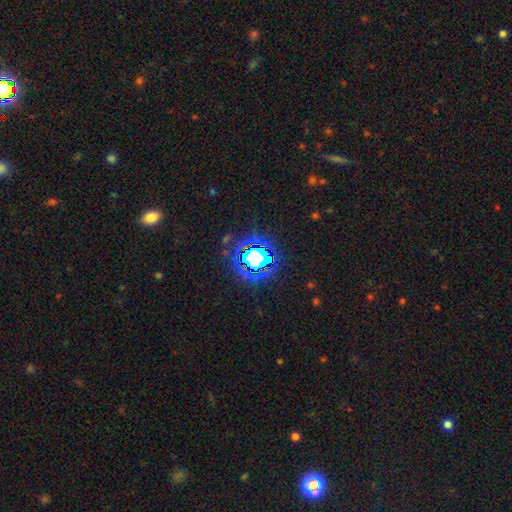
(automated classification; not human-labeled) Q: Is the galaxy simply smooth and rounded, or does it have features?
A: star or artifact — 74%.